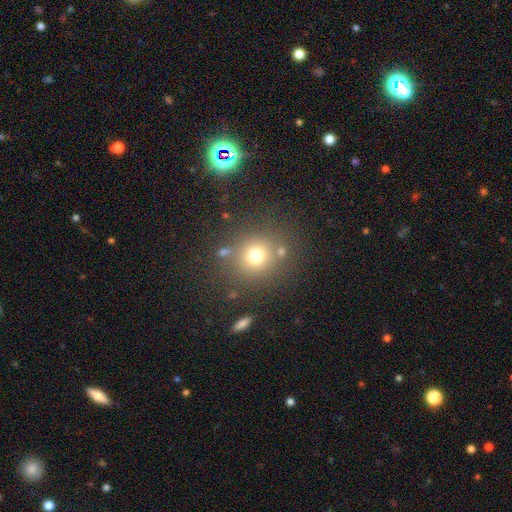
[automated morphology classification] smooth 72%, star or artifact 17%, featured or disk 11%. Down the decision tree: how rounded — round (87%); merging — none (77%).